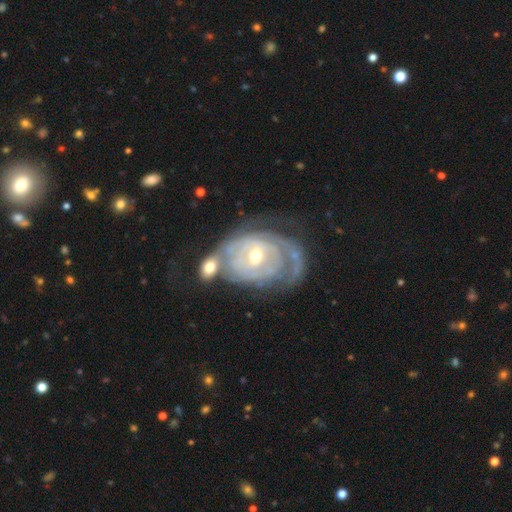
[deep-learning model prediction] Q: Smooth or featured?
A: featured or disk (85%); runner-up: smooth (10%)
Q: Edge-on disk?
A: no (96%); runner-up: yes (4%)
Q: Bar?
A: no (58%); runner-up: weak (32%)
Q: Spiral arms?
A: yes (88%); runner-up: no (12%)
Q: Spiral winding?
A: tight (72%); runner-up: medium (21%)
Q: Spiral arm count?
A: can't tell (45%); runner-up: 2 (26%)
Q: Bulge size?
A: moderate (53%); runner-up: small (43%)
Q: Merging?
A: none (36%); runner-up: merger (27%)